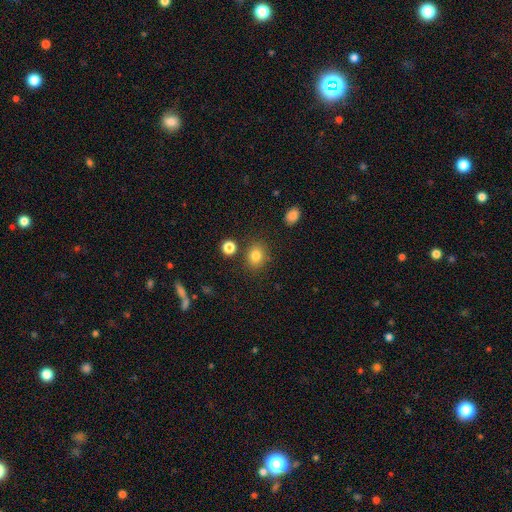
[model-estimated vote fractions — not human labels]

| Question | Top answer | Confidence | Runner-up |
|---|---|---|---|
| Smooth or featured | smooth | 82% | star or artifact (12%) |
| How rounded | round | 65% | in between (34%) |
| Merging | none | 82% | minor disturbance (10%) |